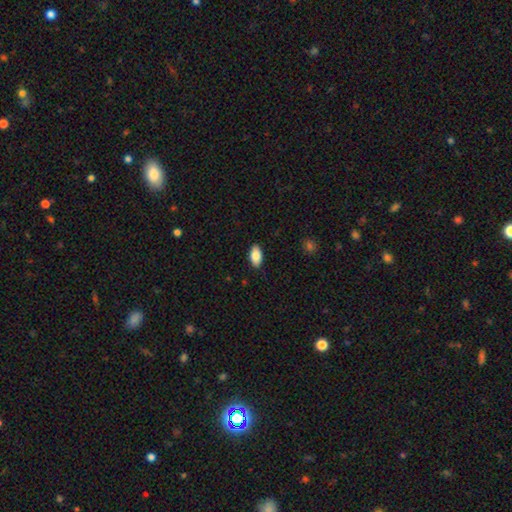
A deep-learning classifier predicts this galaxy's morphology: Overall: smooth (84%). How rounded: in between (93%). Merging: none (89%).